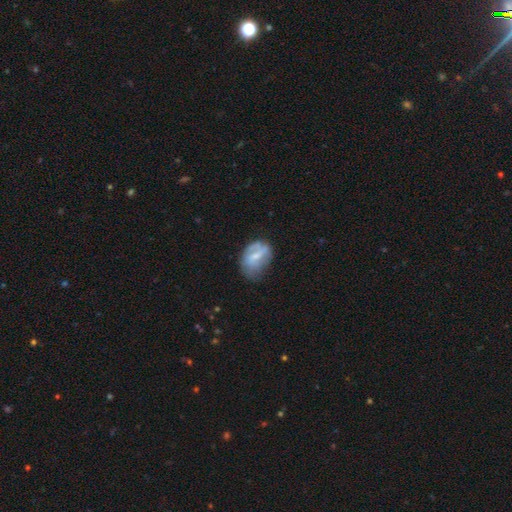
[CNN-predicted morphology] smooth_or_featured: featured or disk (p=0.51) [alt: smooth p=0.42]
disk_edge_on: no (p=0.95) [alt: yes p=0.05]
merging: none (p=0.45) [alt: minor disturbance p=0.34]